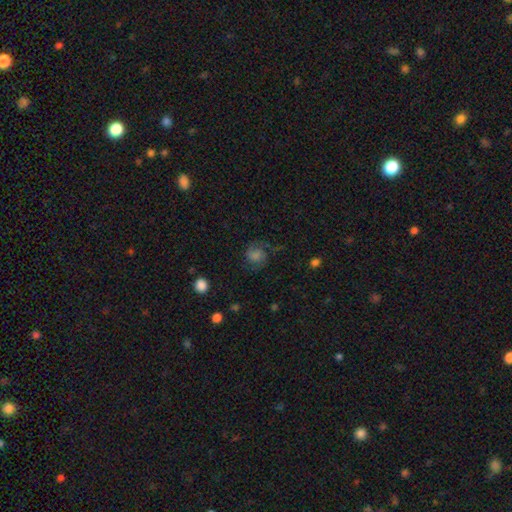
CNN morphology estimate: type=featured or disk (55%); edge-on=no (97%); bar=no (63%); spiral arms=yes (92%); bulge=none (29%); merging=none (66%).